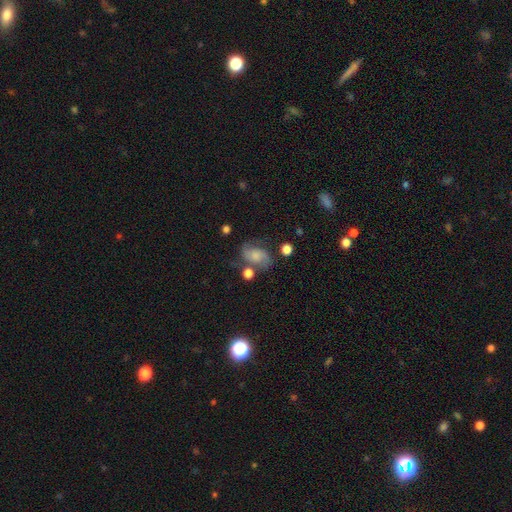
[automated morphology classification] This appears to be a featured or disk galaxy (60%) with no bar (63%), 2 (89%) medium (47%) spiral arms (91%) and a small central bulge (29%). Merging: none (57%).